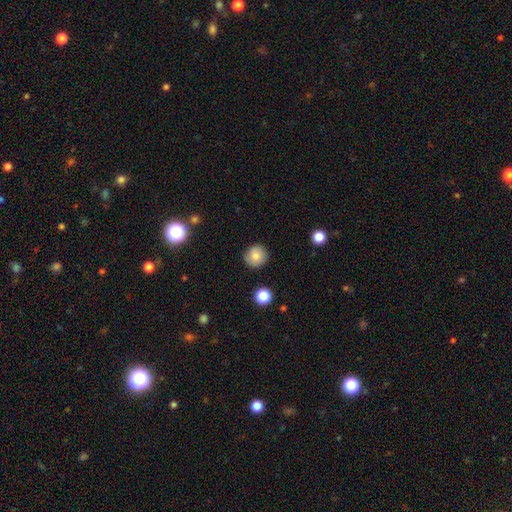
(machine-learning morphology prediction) This is clearly a smooth galaxy (82%). How rounded: clearly round (92%). Merging: clearly none (86%).